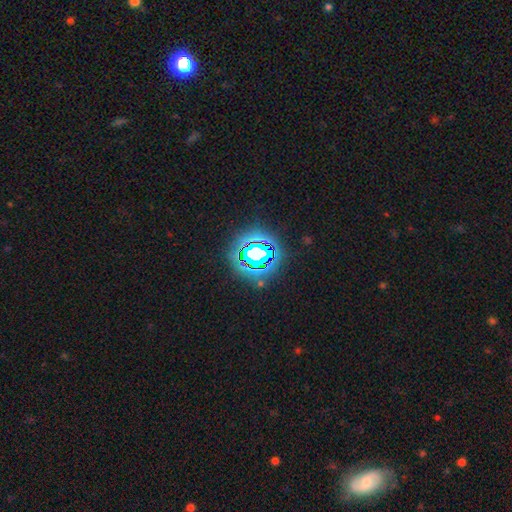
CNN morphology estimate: smooth_or_featured: star or artifact (p=0.71) [alt: smooth p=0.18]